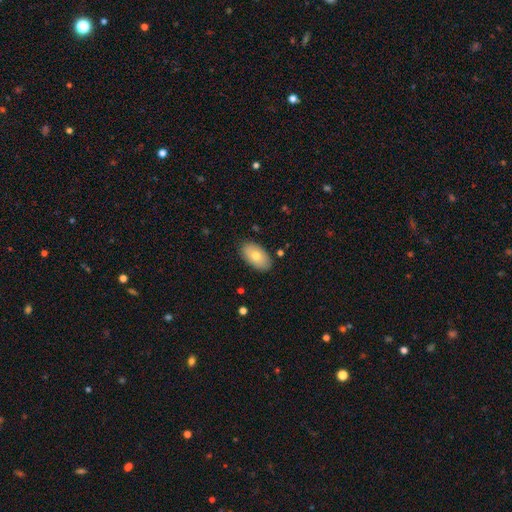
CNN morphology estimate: smooth 70%, featured or disk 23%, star or artifact 7%. Down the decision tree: how rounded — in between (94%); merging — none (86%).